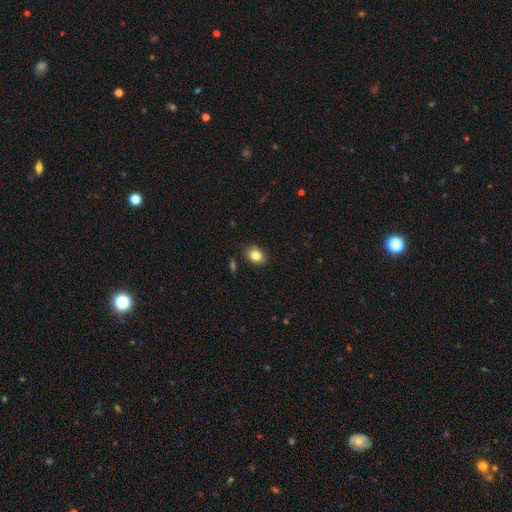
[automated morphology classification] Smooth or featured?
  - smooth: 84% *
  - star or artifact: 9%
  - featured or disk: 7%
How rounded?
  - in between: 70% *
  - round: 29%
  - cigar-shaped: 1%
Merging?
  - none: 85% *
  - minor disturbance: 11%
  - major disturbance: 2%
  - merger: 2%